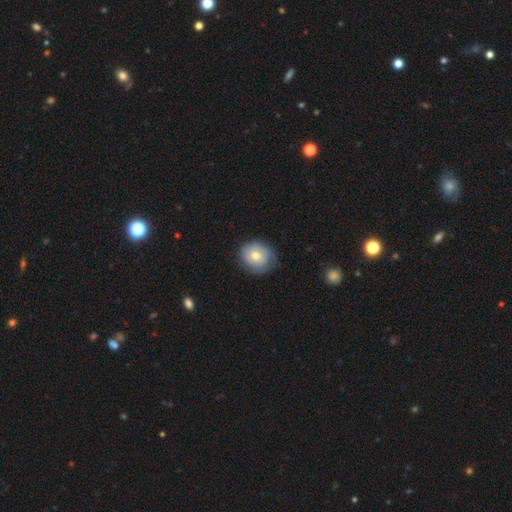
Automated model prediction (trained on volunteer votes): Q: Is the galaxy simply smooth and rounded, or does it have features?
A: smooth — 65%.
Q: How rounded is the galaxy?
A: round — 80%.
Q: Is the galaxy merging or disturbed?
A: none — 73%.